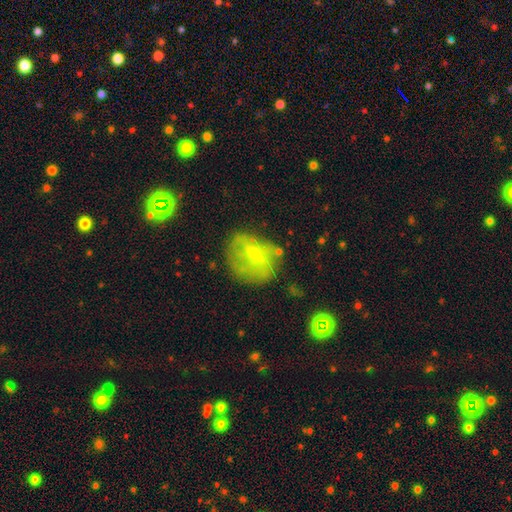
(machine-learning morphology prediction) smooth 50%, featured or disk 39%, star or artifact 11%. Down the decision tree: how rounded — in between (50%); merging — none (49%).